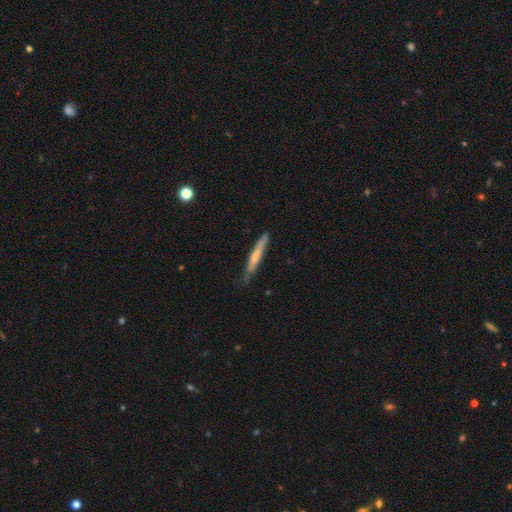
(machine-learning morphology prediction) This appears to be a smooth galaxy with no disk features (62%) that is cigar-shaped (95%). Merging: none (76%).